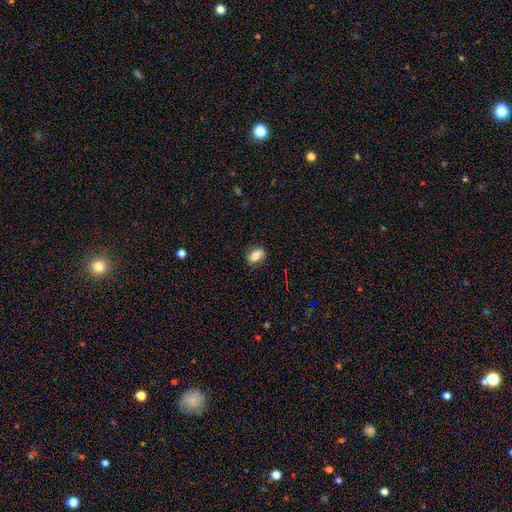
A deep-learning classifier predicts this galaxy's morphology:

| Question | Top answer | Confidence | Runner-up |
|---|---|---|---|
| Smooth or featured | smooth | 72% | featured or disk (18%) |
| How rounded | in between | 76% | round (21%) |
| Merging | none | 76% | minor disturbance (18%) |